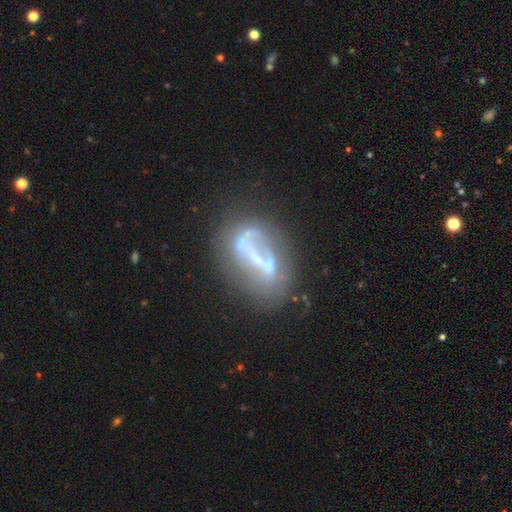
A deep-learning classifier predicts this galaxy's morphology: A featured or disk galaxy (68%) with a strong bar (45%), no spiral arms (65%) and a small central bulge (43%). Merging: none (47%).